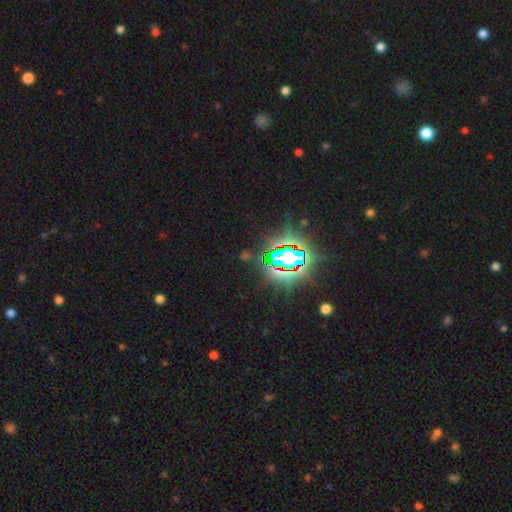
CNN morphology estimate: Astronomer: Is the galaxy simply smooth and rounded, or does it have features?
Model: star or artifact — 82%.